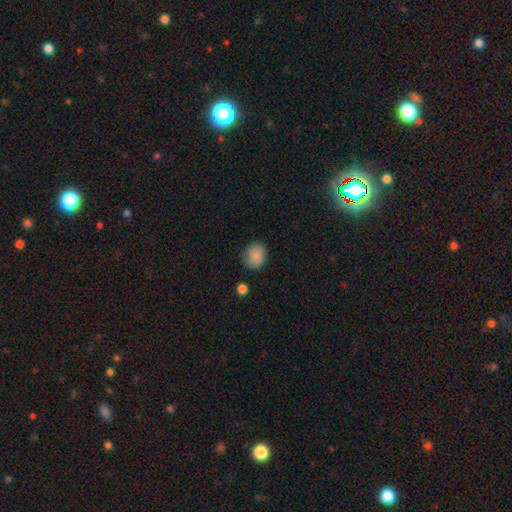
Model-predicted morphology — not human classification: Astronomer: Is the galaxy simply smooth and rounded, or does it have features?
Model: smooth — 83%.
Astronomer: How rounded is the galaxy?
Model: round — 71%.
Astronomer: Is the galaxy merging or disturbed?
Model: none — 80%.